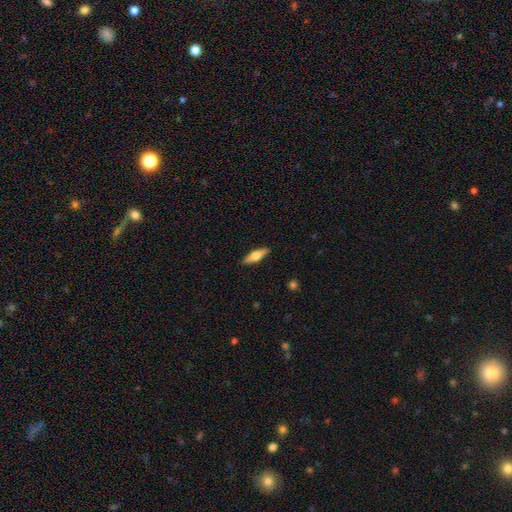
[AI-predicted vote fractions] A featured or disk galaxy (53%) viewed edge-on (95%) with a rounded central bulge (93%).

Vote fractions:
- Smooth or featured? featured or disk: 53% / smooth: 41% / star or artifact: 6%
- Edge-on disk? yes: 95% / no: 5%
- Edge-on bulge? rounded: 93% / boxy: 5% / none: 2%
- Merging? none: 90% / minor disturbance: 7% / major disturbance: 2% / merger: 1%